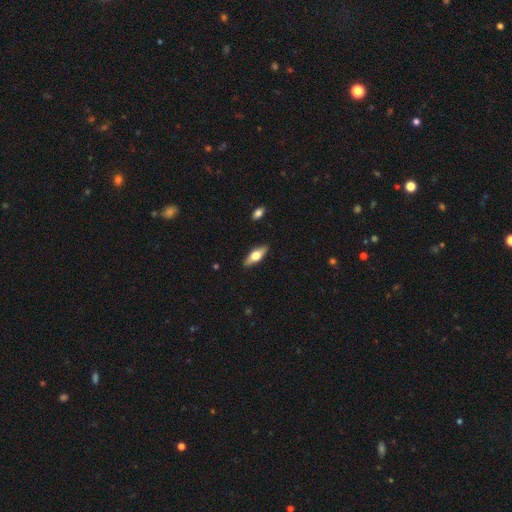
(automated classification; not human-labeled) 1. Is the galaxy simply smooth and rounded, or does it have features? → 52% smooth, 42% featured or disk, 6% star or artifact.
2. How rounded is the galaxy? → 64% in between, 33% cigar-shaped, 3% round.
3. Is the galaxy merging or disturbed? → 89% none, 8% minor disturbance, 2% major disturbance, 1% merger.